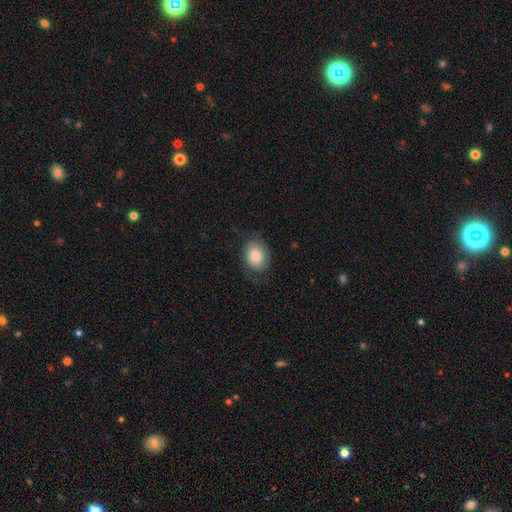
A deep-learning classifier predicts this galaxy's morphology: This is likely a smooth galaxy (74%). How rounded: possibly in between (55%). Merging: likely none (67%).